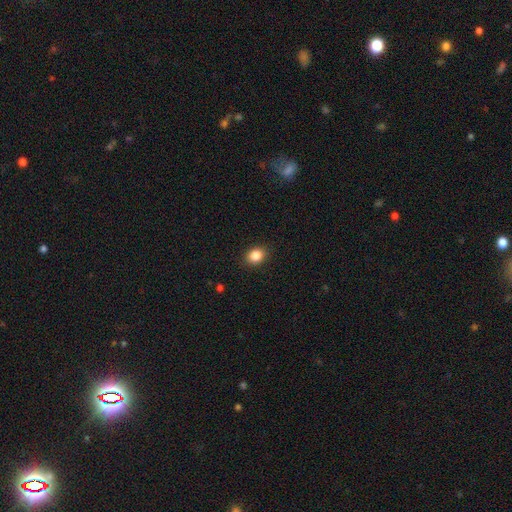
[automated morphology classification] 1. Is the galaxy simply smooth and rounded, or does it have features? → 86% smooth, 9% star or artifact, 5% featured or disk.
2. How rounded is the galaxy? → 53% in between, 46% round, 1% cigar-shaped.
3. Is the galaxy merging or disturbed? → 89% none, 8% minor disturbance, 2% major disturbance, 1% merger.